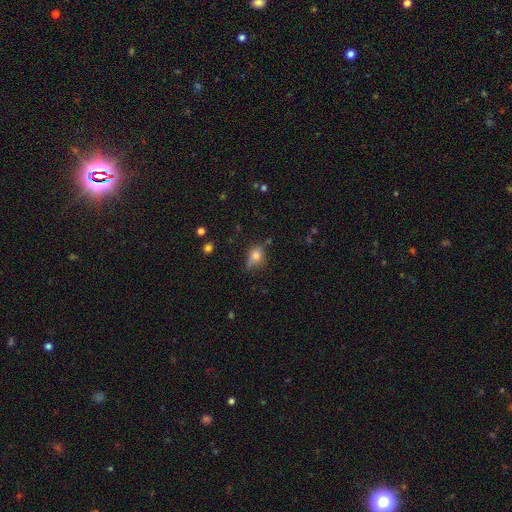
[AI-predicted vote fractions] The model was most divided on "merging": none: 53%, minor disturbance: 34%, major disturbance: 10%, merger: 4%. More confident: smooth or featured — smooth (76%); how rounded — in between (61%).